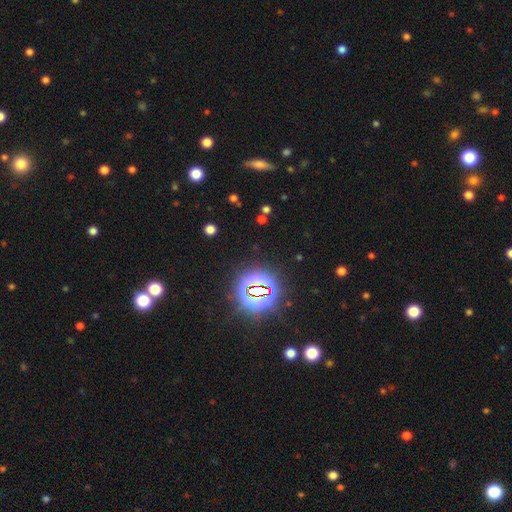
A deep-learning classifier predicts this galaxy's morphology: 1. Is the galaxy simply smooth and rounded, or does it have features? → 78% star or artifact, 13% smooth, 9% featured or disk.